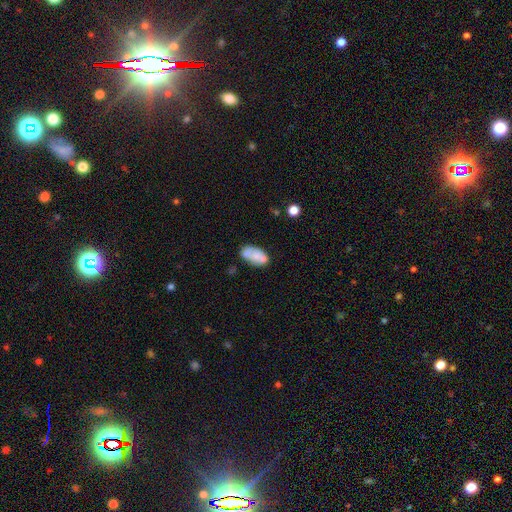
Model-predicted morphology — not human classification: Smooth or featured: smooth — 65% (featured or disk — 28%)
How rounded: in between — 93% (round — 5%)
Merging: none — 55% (minor disturbance — 23%)